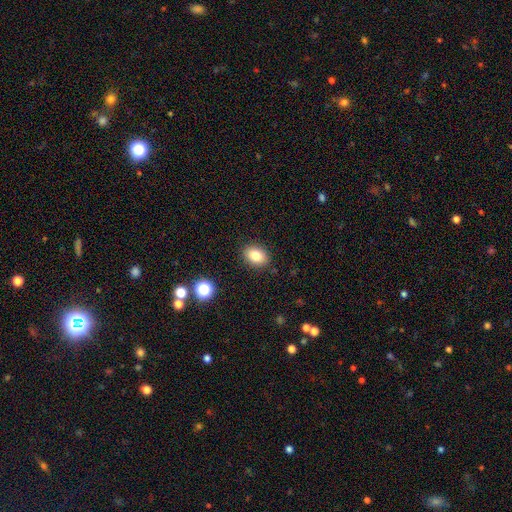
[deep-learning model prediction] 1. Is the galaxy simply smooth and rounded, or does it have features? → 82% smooth, 10% star or artifact, 8% featured or disk.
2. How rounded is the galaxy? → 72% in between, 27% round, 1% cigar-shaped.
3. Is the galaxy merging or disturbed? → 89% none, 8% minor disturbance, 2% major disturbance, 1% merger.